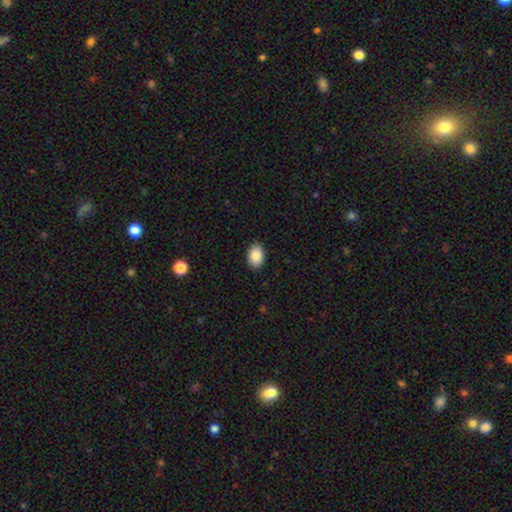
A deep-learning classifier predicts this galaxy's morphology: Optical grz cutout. It shows a smooth galaxy with no disk features (88%) that is in between round and cigar-shaped (89%). Merging: none (89%).